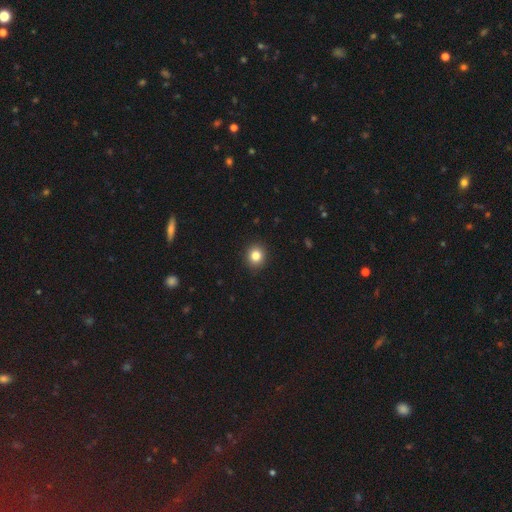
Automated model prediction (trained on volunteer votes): Smooth or featured? smooth (83%)
How rounded? round (85%)
Merging? none (92%)